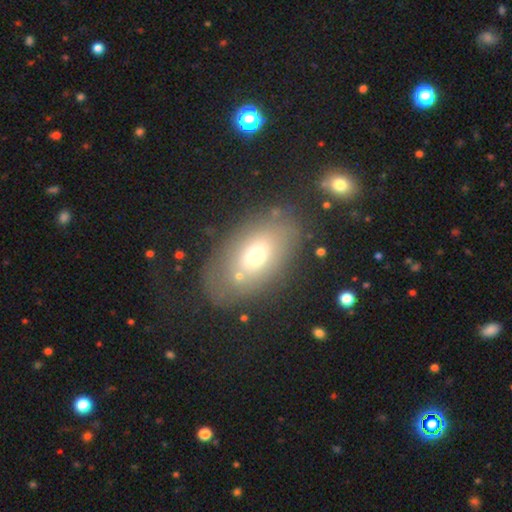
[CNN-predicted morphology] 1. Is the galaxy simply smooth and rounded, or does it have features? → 61% smooth, 26% featured or disk, 13% star or artifact.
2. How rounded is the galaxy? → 86% in between, 11% round, 2% cigar-shaped.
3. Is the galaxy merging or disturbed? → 67% none, 15% minor disturbance, 10% merger, 8% major disturbance.